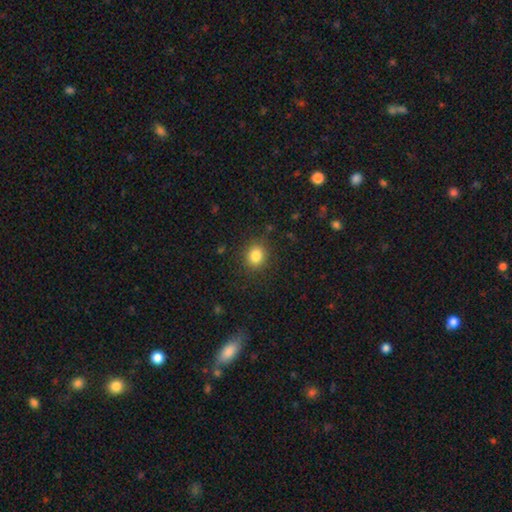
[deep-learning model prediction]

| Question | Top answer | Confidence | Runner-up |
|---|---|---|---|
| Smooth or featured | smooth | 83% | star or artifact (11%) |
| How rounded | round | 72% | in between (27%) |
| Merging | none | 86% | minor disturbance (9%) |